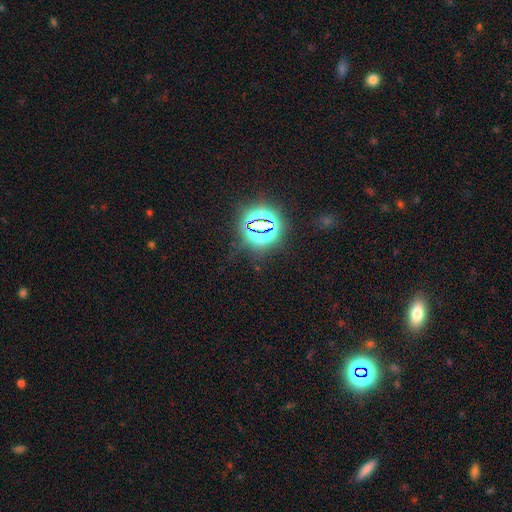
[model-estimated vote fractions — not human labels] smooth-or-featured: star or artifact: 79% | smooth: 12% | featured or disk: 8%